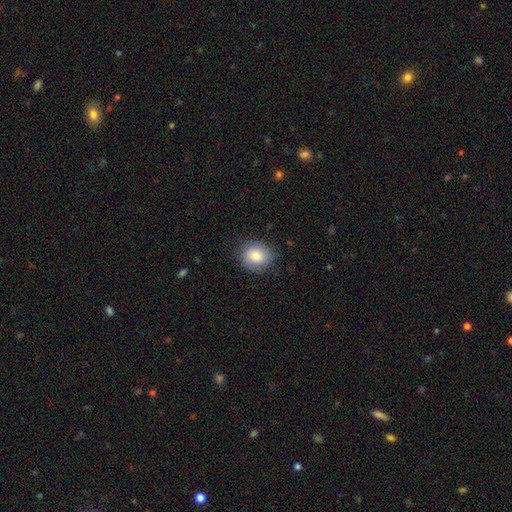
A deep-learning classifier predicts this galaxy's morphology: This is clearly a smooth galaxy (85%). How rounded: likely round (69%). Merging: clearly none (82%).